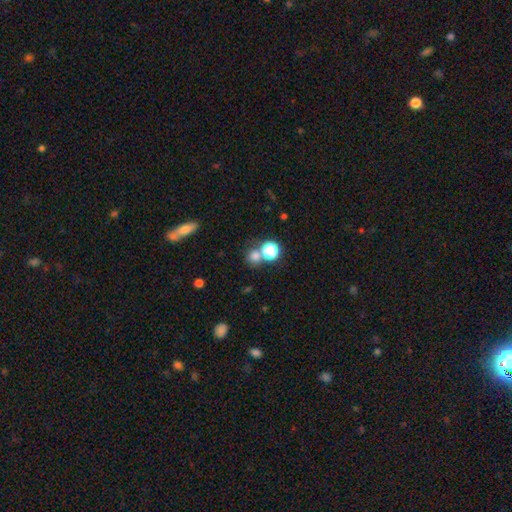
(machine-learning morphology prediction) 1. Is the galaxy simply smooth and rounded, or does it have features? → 73% smooth, 19% star or artifact, 8% featured or disk.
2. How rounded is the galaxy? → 86% round, 13% in between, 1% cigar-shaped.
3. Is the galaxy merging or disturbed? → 55% none, 33% merger, 8% minor disturbance, 4% major disturbance.